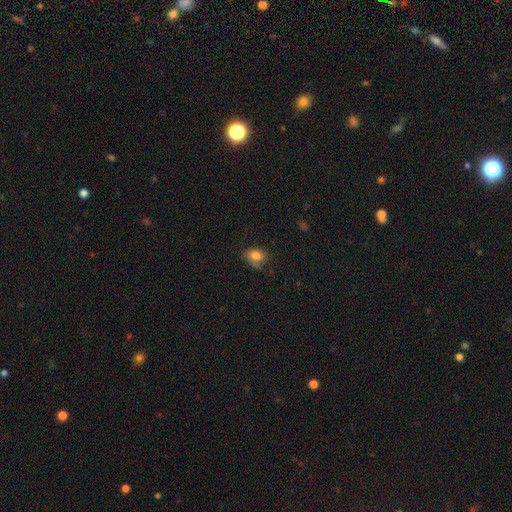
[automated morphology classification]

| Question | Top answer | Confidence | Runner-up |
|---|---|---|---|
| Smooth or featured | smooth | 81% | star or artifact (10%) |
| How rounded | in between | 74% | round (24%) |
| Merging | none | 61% | minor disturbance (27%) |